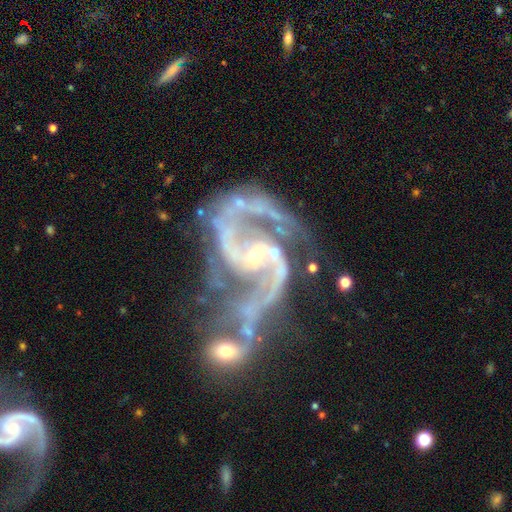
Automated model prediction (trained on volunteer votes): Smooth or featured?
  - featured or disk: 93% *
  - star or artifact: 5%
  - smooth: 2%
Edge-on disk?
  - no: 98% *
  - yes: 2%
Bar?
  - no: 40% * (tied)
  - weak: 40% * (tied)
  - strong: 20%
Spiral arms?
  - yes: 98% *
  - no: 2%
Spiral winding?
  - medium: 59% *
  - loose: 25%
  - tight: 16%
Spiral arm count?
  - 2: 87% *
  - 3: 4%
  - can't tell: 3%
  - 1: 2%
  - 4: 2%
  - more than 4: 2%
Bulge size?
  - small: 73% *
  - moderate: 21%
  - none: 3%
  - large: 1%
  - dominant: 1%
Merging?
  - merger: 37% *
  - none: 26%
  - major disturbance: 20%
  - minor disturbance: 17%